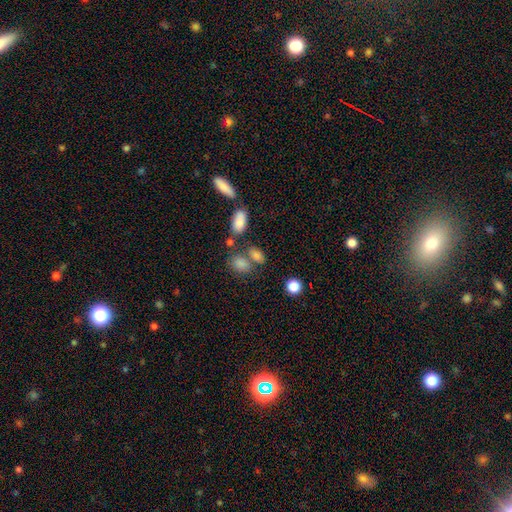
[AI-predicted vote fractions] smooth-or-featured: smooth: 78% | star or artifact: 13% | featured or disk: 9%
  how-rounded: in between: 76% | round: 20% | cigar-shaped: 4%
  merging: none: 50% | merger: 29% | minor disturbance: 14% | major disturbance: 7%